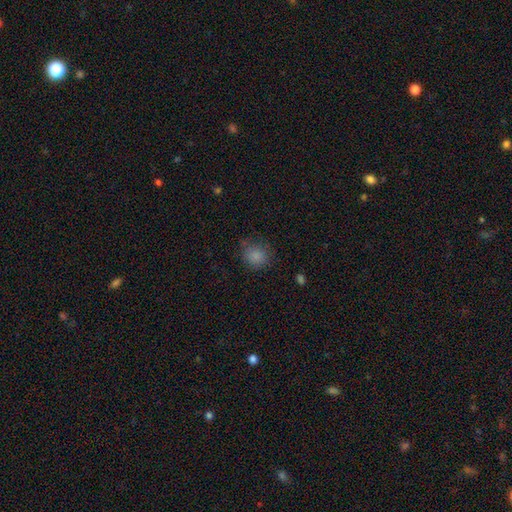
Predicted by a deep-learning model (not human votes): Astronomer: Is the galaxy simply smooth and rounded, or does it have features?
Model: smooth — 84%.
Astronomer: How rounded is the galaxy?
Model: round — 77%.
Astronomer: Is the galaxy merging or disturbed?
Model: none — 73%.